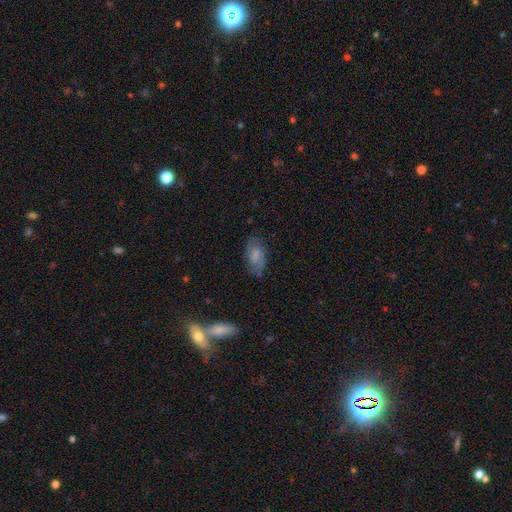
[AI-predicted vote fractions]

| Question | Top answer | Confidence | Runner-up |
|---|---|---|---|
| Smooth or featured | smooth | 70% | featured or disk (21%) |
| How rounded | in between | 92% | round (5%) |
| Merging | none | 69% | minor disturbance (22%) |